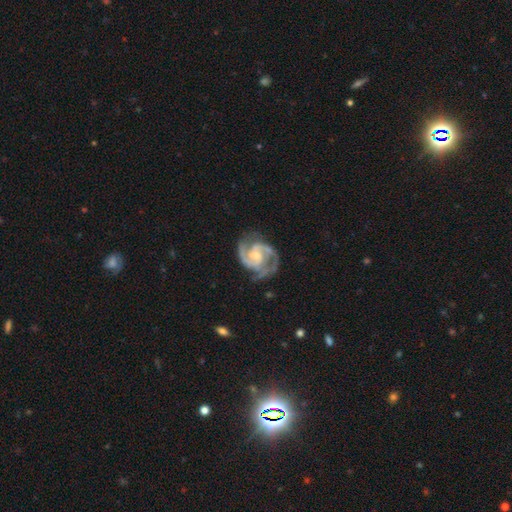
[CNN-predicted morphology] type=featured or disk (93%); edge-on=no (98%); bar=no (50%); spiral arms=yes (98%); winding=medium (50%); arm count=2 (70%); bulge=small (58%); merging=none (68%).